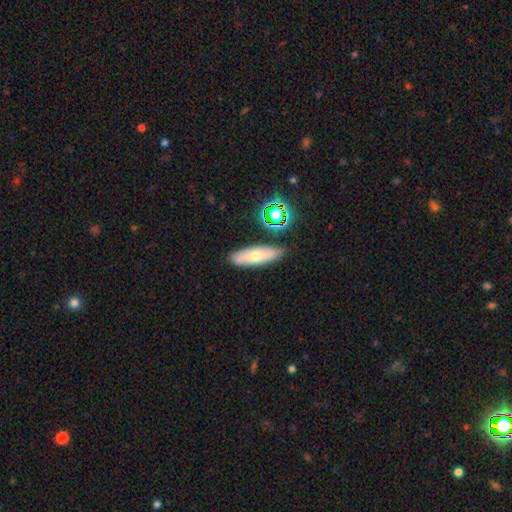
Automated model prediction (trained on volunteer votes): smooth_or_featured: smooth (p=0.56) [alt: featured or disk p=0.31]
how_rounded: cigar-shaped (p=0.53) [alt: in between p=0.42]
merging: none (p=0.82) [alt: minor disturbance p=0.12]